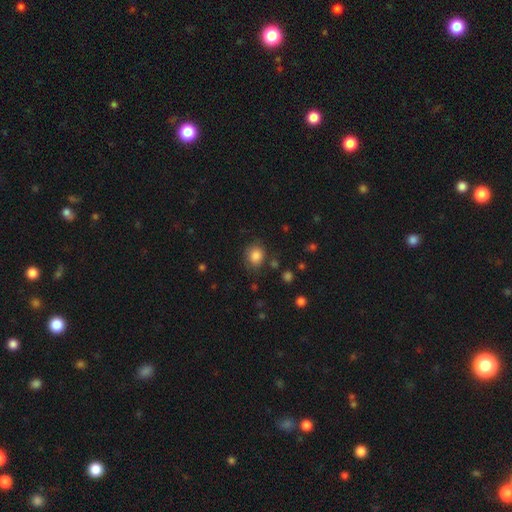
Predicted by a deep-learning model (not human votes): smooth 85%, star or artifact 10%, featured or disk 5%. Down the decision tree: how rounded — round (68%); merging — none (78%).